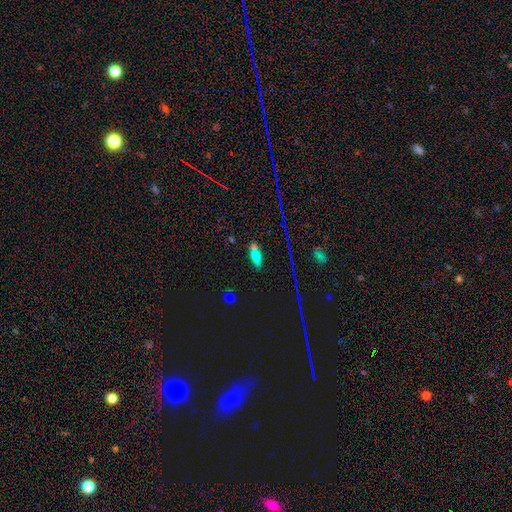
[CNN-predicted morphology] A smooth galaxy with no disk features (63%) that is in between round and cigar-shaped (75%). Merging: none (53%).